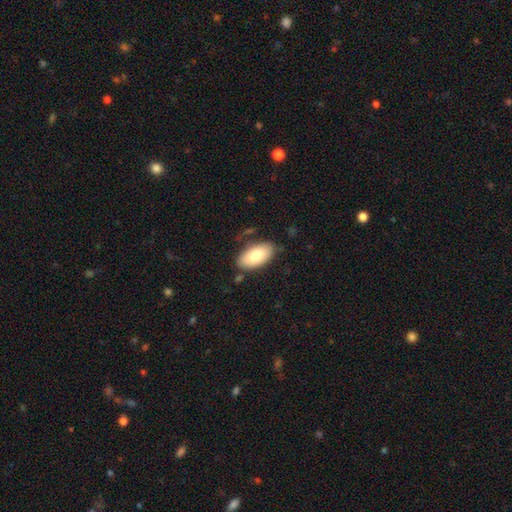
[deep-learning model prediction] A smooth galaxy with no disk features (81%) that is in between round and cigar-shaped (95%).

Vote fractions:
- Smooth or featured? smooth: 81% / featured or disk: 14% / star or artifact: 6%
- How rounded? in between: 95% / cigar-shaped: 3% / round: 2%
- Merging? none: 76% / minor disturbance: 17% / major disturbance: 4% / merger: 3%